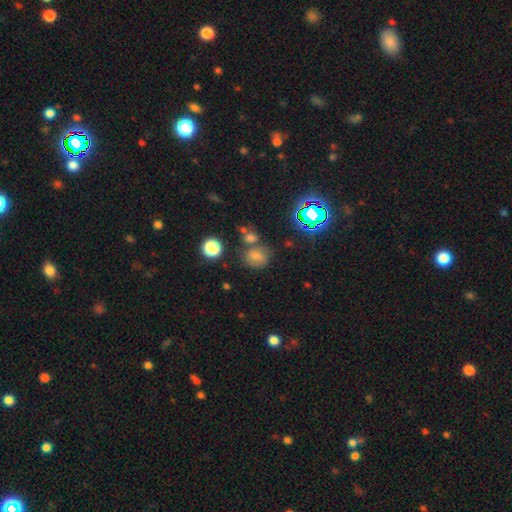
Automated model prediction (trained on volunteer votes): This appears to be a smooth galaxy with no disk features (54%) that is round (60%). Merging: none (62%).